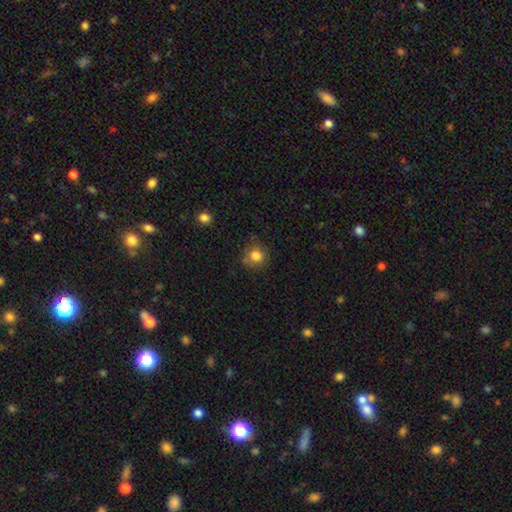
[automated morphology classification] Overall: smooth (82%). How rounded: round (87%). Merging: none (72%).